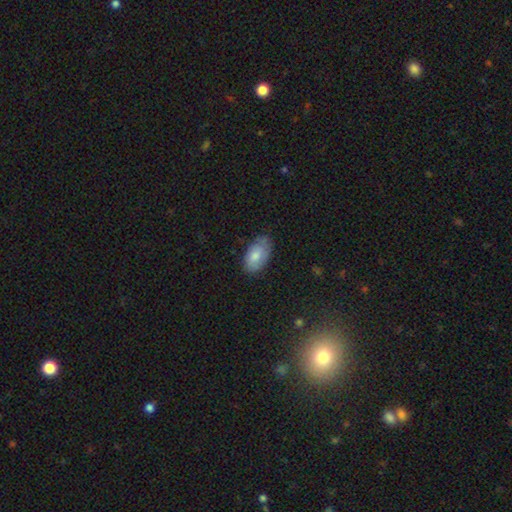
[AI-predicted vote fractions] smooth-or-featured: smooth: 74% | featured or disk: 19% | star or artifact: 6%
  how-rounded: in between: 94% | round: 4% | cigar-shaped: 2%
  merging: none: 66% | minor disturbance: 27% | major disturbance: 5% | merger: 1%